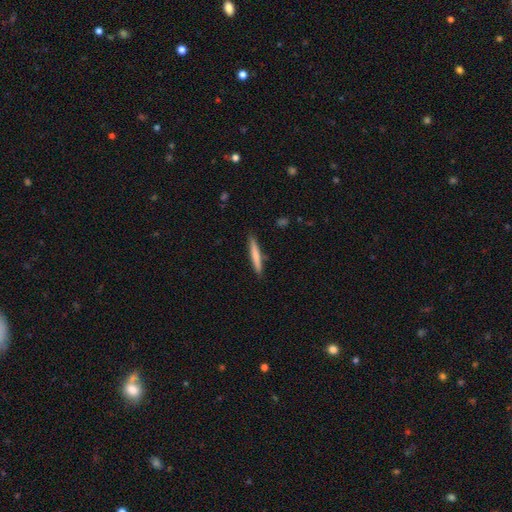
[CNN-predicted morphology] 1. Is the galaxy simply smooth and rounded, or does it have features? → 72% smooth, 22% featured or disk, 5% star or artifact.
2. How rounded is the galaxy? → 95% cigar-shaped, 4% in between, 1% round.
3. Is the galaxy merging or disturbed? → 88% none, 9% minor disturbance, 2% merger, 2% major disturbance.